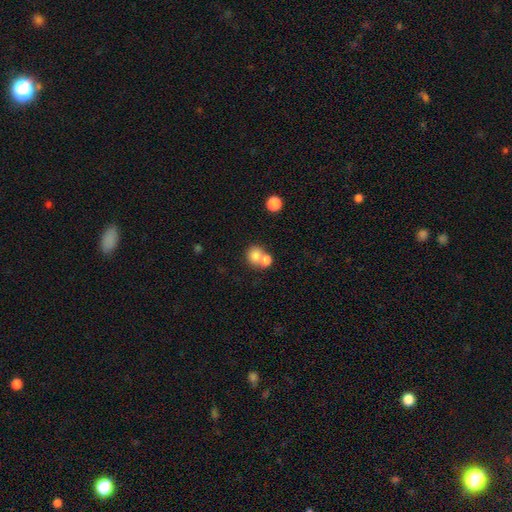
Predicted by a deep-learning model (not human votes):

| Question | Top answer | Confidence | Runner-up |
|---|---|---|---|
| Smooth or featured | smooth | 76% | featured or disk (13%) |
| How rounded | round | 79% | in between (20%) |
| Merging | merger | 51% | none (39%) |